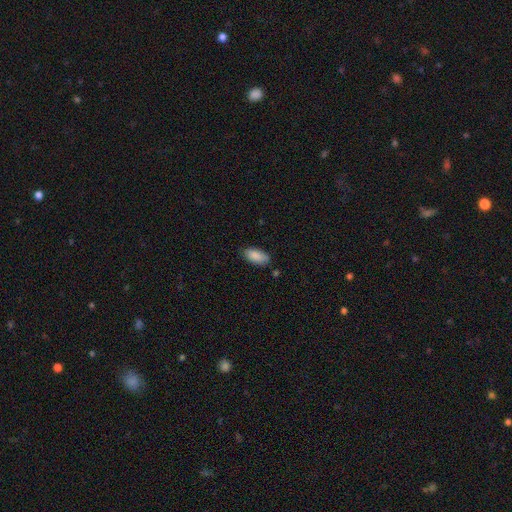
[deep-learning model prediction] Smooth or featured? Predicted: smooth (p=0.88). How rounded? Predicted: in between (p=0.90). Merging? Predicted: none (p=0.78).